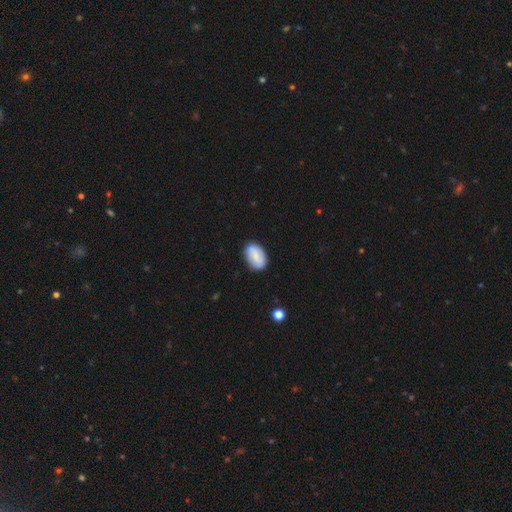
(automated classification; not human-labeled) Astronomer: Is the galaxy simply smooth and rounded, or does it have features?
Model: smooth — 62%.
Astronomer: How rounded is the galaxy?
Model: in between — 89%.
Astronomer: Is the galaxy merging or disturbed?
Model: none — 82%.